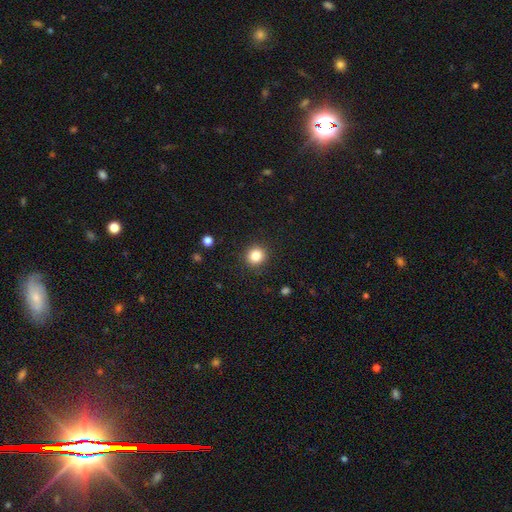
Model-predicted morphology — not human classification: smooth 85%, star or artifact 11%, featured or disk 4%. Down the decision tree: how rounded — round (89%); merging — none (90%).